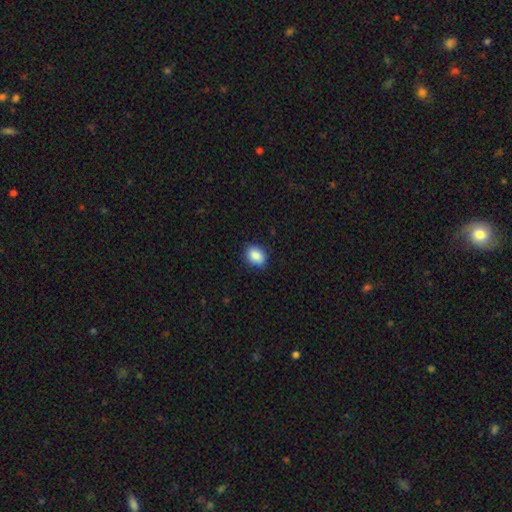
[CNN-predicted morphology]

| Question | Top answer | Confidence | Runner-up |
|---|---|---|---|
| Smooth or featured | smooth | 89% | star or artifact (8%) |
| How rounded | in between | 75% | round (24%) |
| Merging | none | 86% | minor disturbance (11%) |